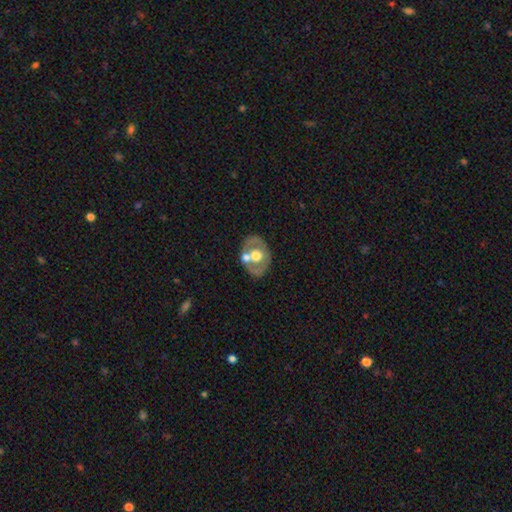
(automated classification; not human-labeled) A featured or disk galaxy (55%) with no bar (88%), no spiral arms (88%) and a moderate central bulge (59%). Merging: none (55%).